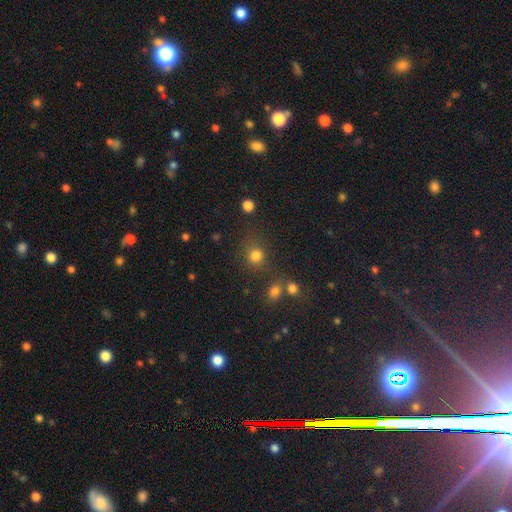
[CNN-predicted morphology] The model was most divided on "merging": none: 69%, merger: 12%, minor disturbance: 12%, major disturbance: 7%. More confident: how rounded — round (85%); smooth or featured — smooth (79%).